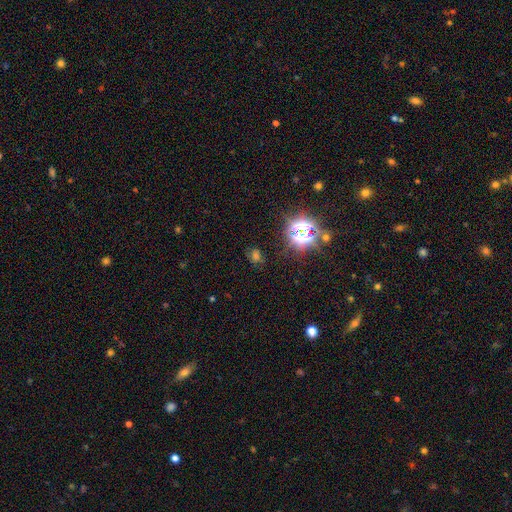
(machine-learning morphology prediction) Smooth or featured? star or artifact (59%)